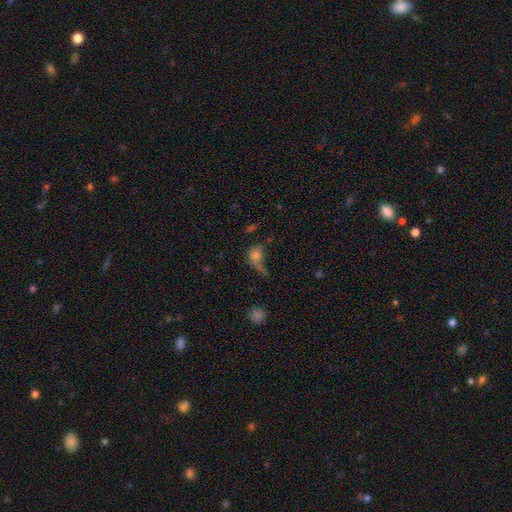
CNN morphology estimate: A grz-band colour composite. It shows a smooth galaxy with no disk features (69%) that is round (48%). Merging: major disturbance (33%).